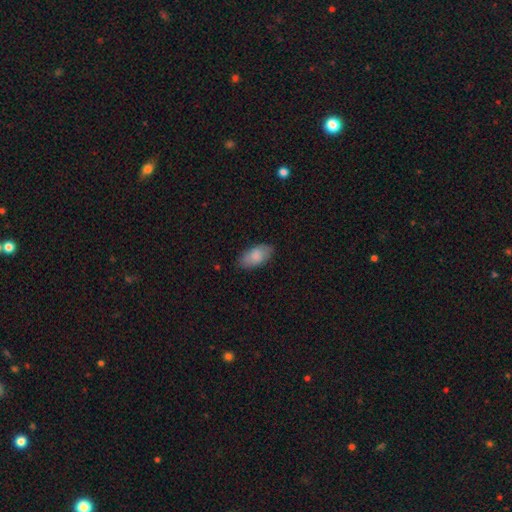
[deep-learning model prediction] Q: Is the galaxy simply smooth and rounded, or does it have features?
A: smooth — 85%.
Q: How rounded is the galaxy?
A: in between — 93%.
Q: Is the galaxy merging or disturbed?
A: none — 83%.